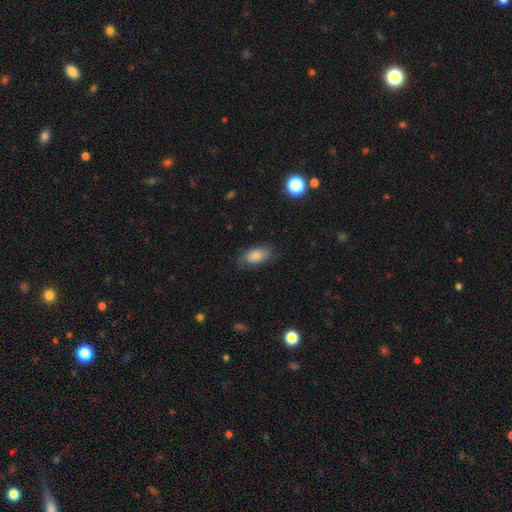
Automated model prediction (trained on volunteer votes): A smooth galaxy with no disk features (80%) that is in between round and cigar-shaped (91%).

Vote fractions:
- Smooth or featured? smooth: 80% / featured or disk: 12% / star or artifact: 7%
- How rounded? in between: 91% / cigar-shaped: 5% / round: 4%
- Merging? none: 75% / minor disturbance: 19% / major disturbance: 6% / merger: 1%